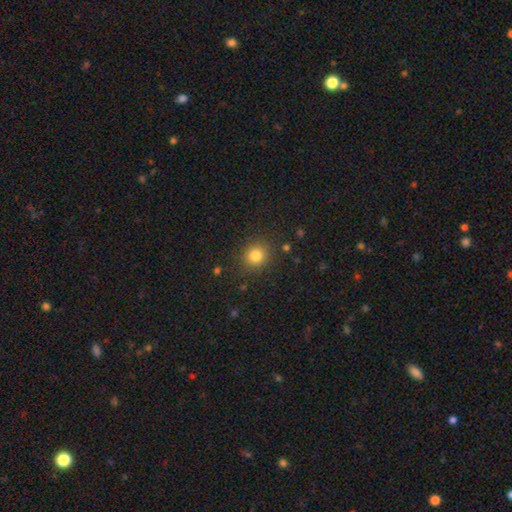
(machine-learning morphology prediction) This appears to be a smooth galaxy with no disk features (81%) that is round (83%). Merging: none (87%).